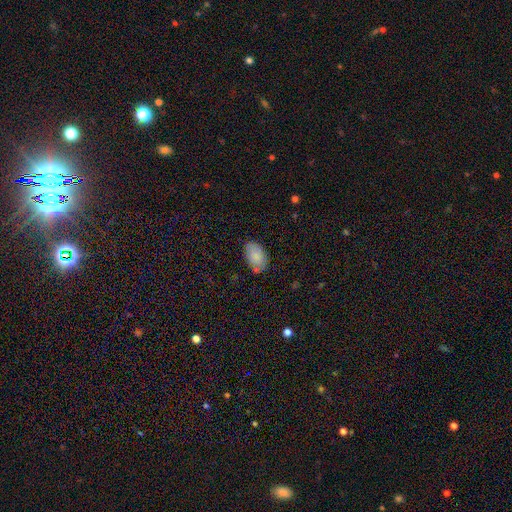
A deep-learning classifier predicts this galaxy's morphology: Smooth or featured?
  - smooth: 84% *
  - featured or disk: 9%
  - star or artifact: 7%
How rounded?
  - in between: 92% *
  - round: 6%
  - cigar-shaped: 1%
Merging?
  - none: 74% *
  - minor disturbance: 19%
  - merger: 4%
  - major disturbance: 4%